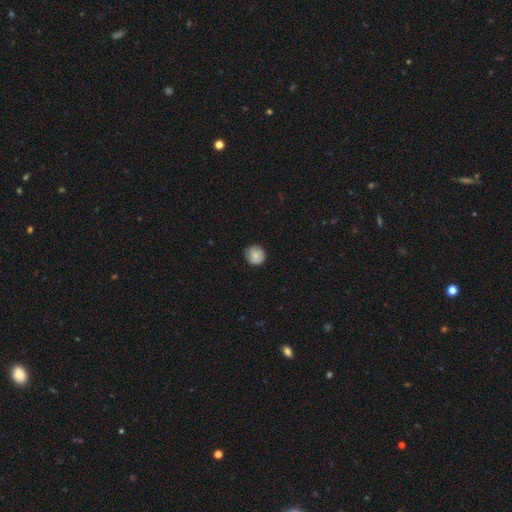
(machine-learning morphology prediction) smooth-or-featured: smooth: 77% | featured or disk: 16% | star or artifact: 7%
  how-rounded: round: 91% | in between: 8% | cigar-shaped: 1%
  merging: none: 81% | minor disturbance: 15% | major disturbance: 3% | merger: 1%